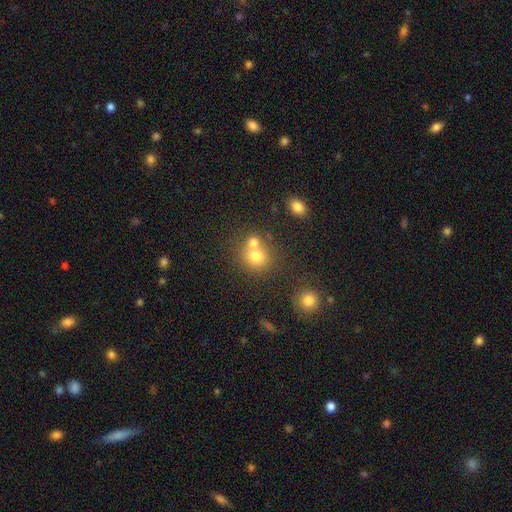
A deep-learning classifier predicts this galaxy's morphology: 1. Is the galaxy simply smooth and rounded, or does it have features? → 75% smooth, 13% star or artifact, 12% featured or disk.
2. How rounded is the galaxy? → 82% round, 17% in between, 1% cigar-shaped.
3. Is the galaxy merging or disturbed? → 45% merger, 44% none, 7% minor disturbance, 3% major disturbance.